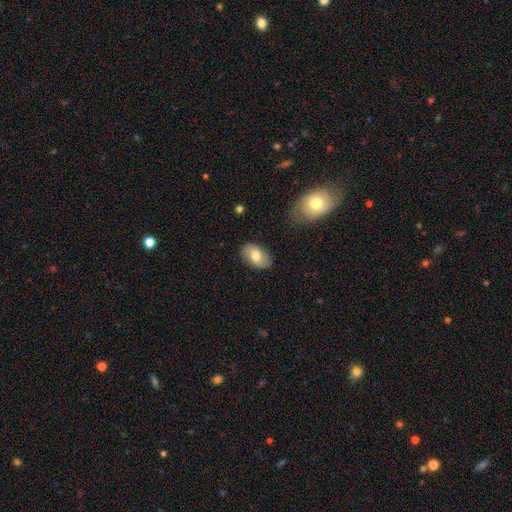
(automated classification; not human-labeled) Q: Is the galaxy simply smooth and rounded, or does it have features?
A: smooth — 73%.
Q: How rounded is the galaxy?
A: in between — 91%.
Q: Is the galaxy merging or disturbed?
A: none — 84%.